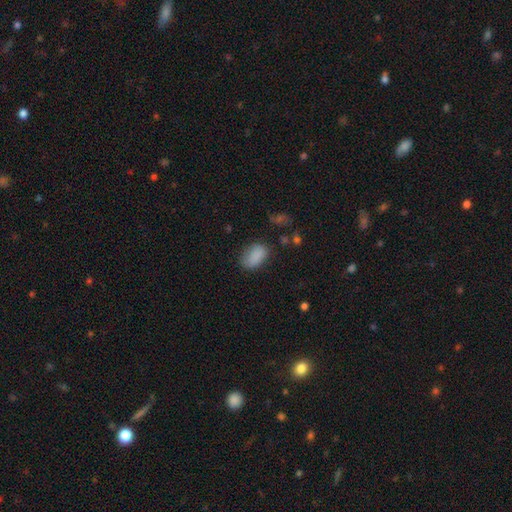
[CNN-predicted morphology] Smooth or featured: smooth — 85% (star or artifact — 9%)
How rounded: in between — 89% (round — 10%)
Merging: none — 70% (minor disturbance — 21%)